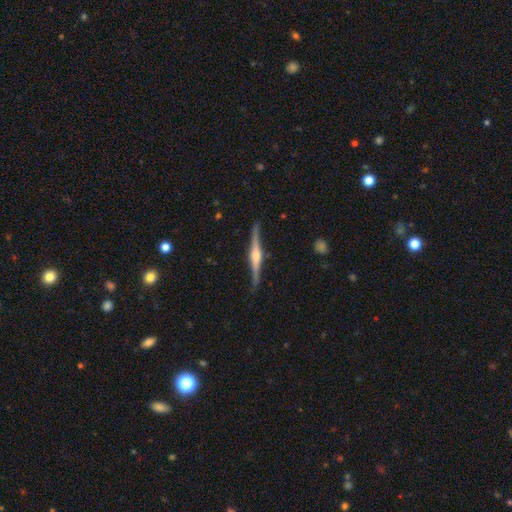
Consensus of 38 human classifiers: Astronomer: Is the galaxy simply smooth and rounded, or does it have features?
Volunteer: featured or disk — 89%.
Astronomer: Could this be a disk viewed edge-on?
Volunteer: yes — 94%.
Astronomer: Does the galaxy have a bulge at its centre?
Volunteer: rounded — 94%.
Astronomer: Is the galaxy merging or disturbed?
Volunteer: none — 89%.